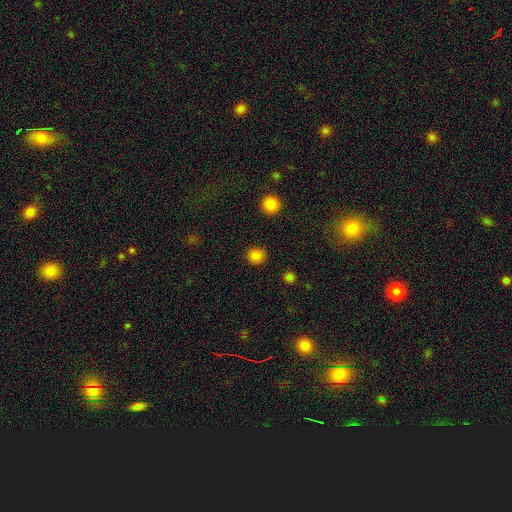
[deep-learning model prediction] smooth 84%, star or artifact 12%, featured or disk 4%. Down the decision tree: how rounded — round (91%); merging — none (91%).